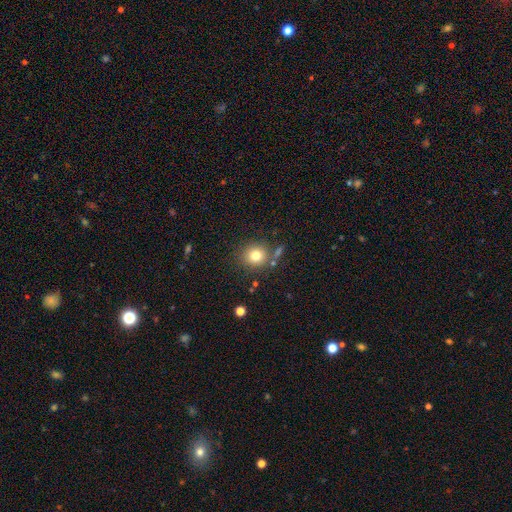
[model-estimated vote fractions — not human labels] Smooth or featured? smooth (78%)
How rounded? round (86%)
Merging? none (77%)